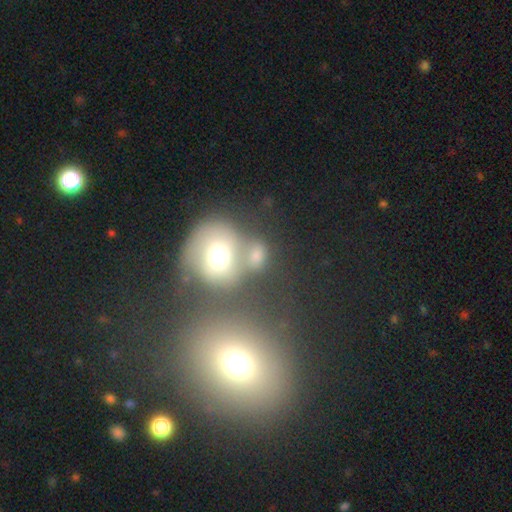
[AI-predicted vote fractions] smooth_or_featured: smooth (p=0.65) [alt: star or artifact p=0.21]
how_rounded: round (p=0.63) [alt: in between p=0.35]
merging: none (p=0.45) [alt: merger p=0.34]